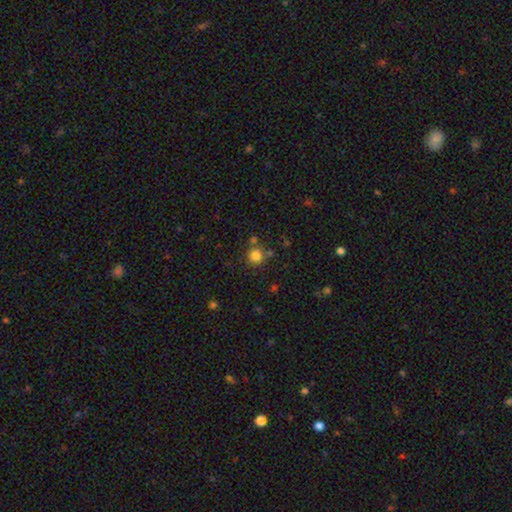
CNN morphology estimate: Overall: smooth (81%). How rounded: round (93%). Merging: none (74%).